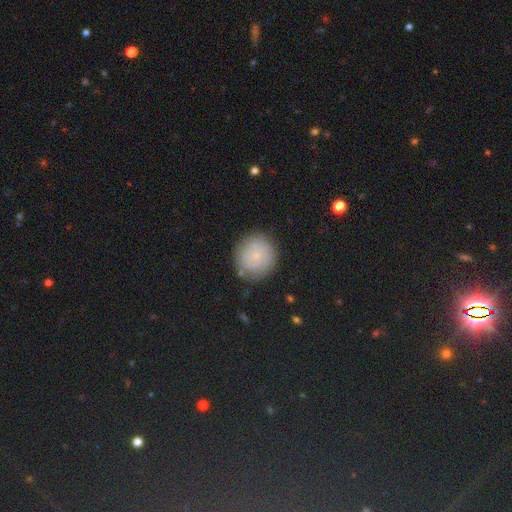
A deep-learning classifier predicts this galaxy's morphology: The model was most divided on "smooth or featured": smooth: 67%, featured or disk: 24%, star or artifact: 10%. More confident: how rounded — round (91%); merging — none (80%).